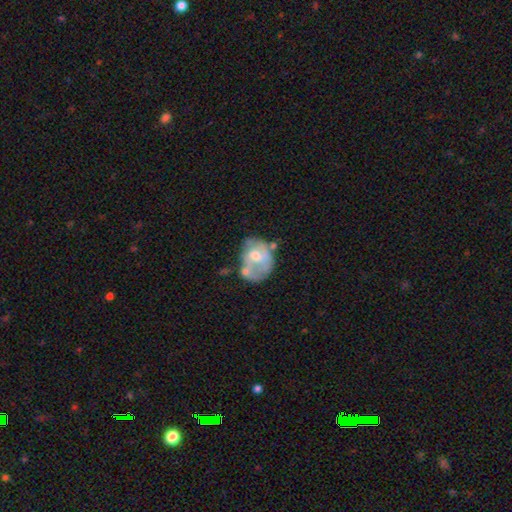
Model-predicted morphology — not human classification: A featured or disk galaxy (54%) with no bar (71%), no spiral arms (64%) and a moderate central bulge (60%).

Vote fractions:
- Smooth or featured? featured or disk: 54% / smooth: 39% / star or artifact: 7%
- Edge-on disk? no: 97% / yes: 3%
- Bar? no: 71% / weak: 25% / strong: 5%
- Spiral arms? no: 64% / yes: 36%
- Bulge size? moderate: 60% / small: 29% / large: 5% / none: 5% / dominant: 1%
- Merging? none: 31% / minor disturbance: 25% / merger: 23% / major disturbance: 21%